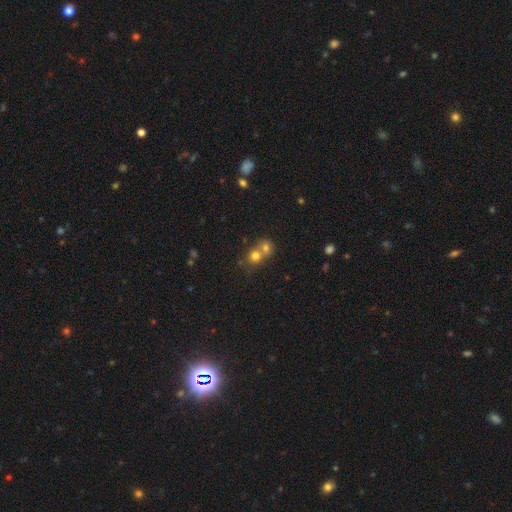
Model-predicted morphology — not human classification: Smooth or featured: smooth — 74% (star or artifact — 14%)
How rounded: round — 80% (in between — 19%)
Merging: merger — 60% (none — 32%)